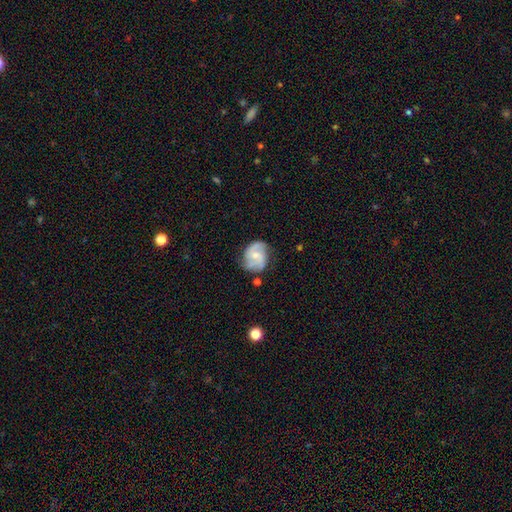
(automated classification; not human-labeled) This is likely a featured or disk galaxy (75%). It is clearly not viewed edge-on (98%). Bar: possibly no (46%). Spiral arm pattern: clearly yes (94%). Spiral arm count: likely 2 (78%). Spiral winding: possibly medium (51%). Central bulge: possibly small (48%). Merging: likely none (67%).